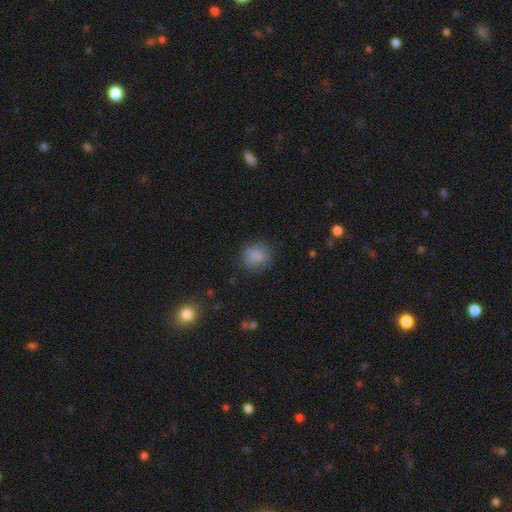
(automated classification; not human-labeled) Overall: smooth (81%). How rounded: round (74%). Merging: none (74%).